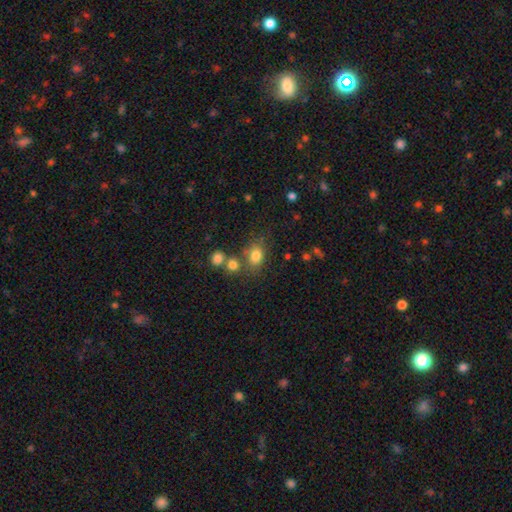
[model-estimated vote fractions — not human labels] Overall: smooth (78%). How rounded: in between (59%; round 40%). Merging: none (60%).